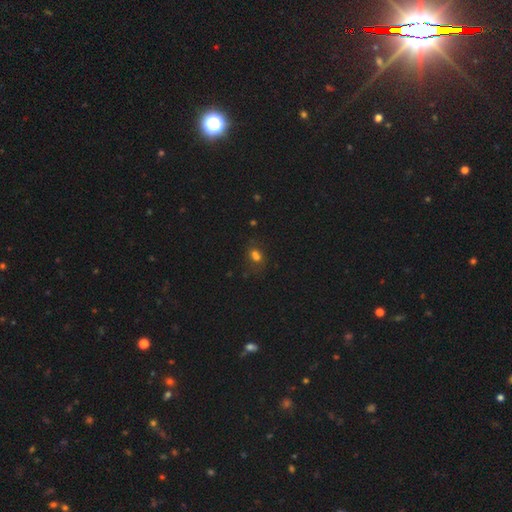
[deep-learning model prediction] smooth 60%, star or artifact 27%, featured or disk 13%. Down the decision tree: how rounded — in between (64%); merging — none (49%).